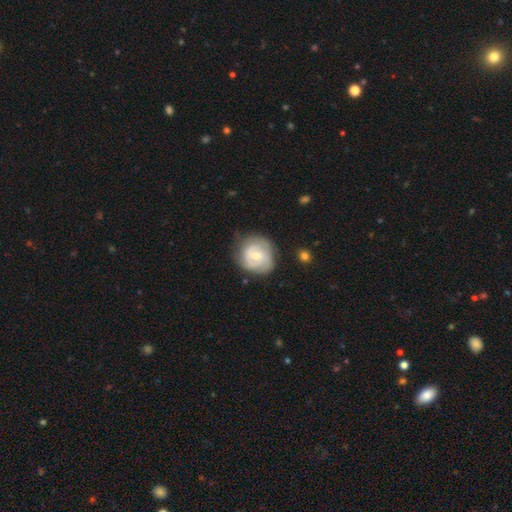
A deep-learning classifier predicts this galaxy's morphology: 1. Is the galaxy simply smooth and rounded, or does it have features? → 67% featured or disk, 28% smooth, 5% star or artifact.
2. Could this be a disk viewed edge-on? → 98% no, 2% yes.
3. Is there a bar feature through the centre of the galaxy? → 52% weak, 39% no, 9% strong.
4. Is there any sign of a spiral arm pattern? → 87% yes, 13% no.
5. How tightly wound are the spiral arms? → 56% tight, 33% medium, 10% loose.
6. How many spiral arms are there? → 51% 2, 27% can't tell, 11% 3, 6% 1, 3% 4, 2% more than 4.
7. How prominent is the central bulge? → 49% moderate, 44% small, 3% large, 2% none, 1% dominant.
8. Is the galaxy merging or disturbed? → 68% none, 22% minor disturbance, 8% major disturbance, 2% merger.